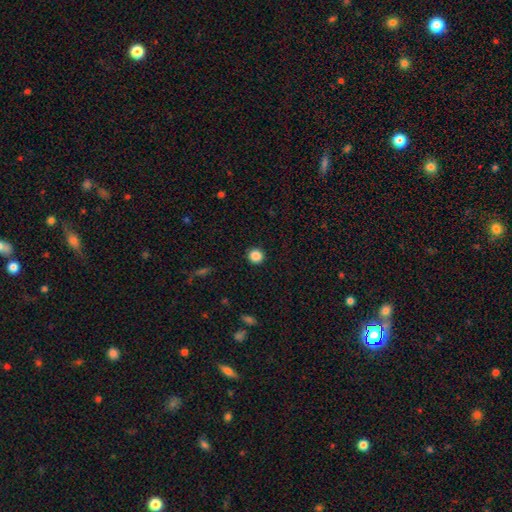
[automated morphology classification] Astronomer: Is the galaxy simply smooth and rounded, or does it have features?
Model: smooth — 87%.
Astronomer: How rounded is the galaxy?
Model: round — 93%.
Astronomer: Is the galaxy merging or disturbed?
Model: none — 93%.